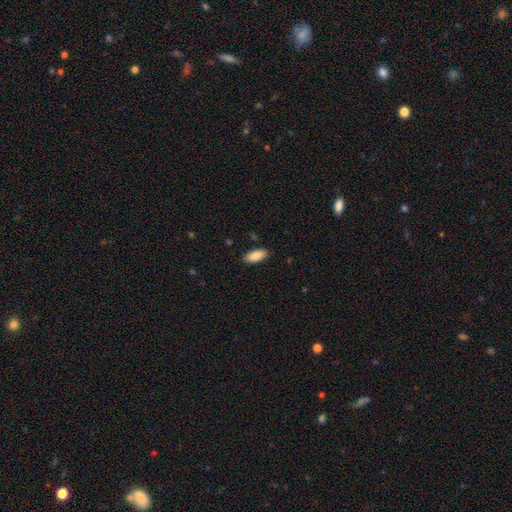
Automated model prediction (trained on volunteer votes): Smooth or featured? Predicted: smooth (p=0.88). How rounded? Predicted: in between (p=0.86). Merging? Predicted: none (p=0.88).